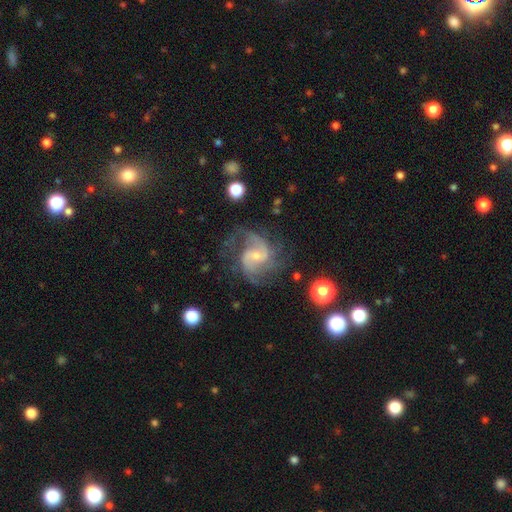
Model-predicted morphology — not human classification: type=featured or disk (88%); edge-on=no (98%); bar=weak (53%); spiral arms=yes (97%); winding=medium (54%); arm count=2 (59%); bulge=small (64%); merging=none (63%).